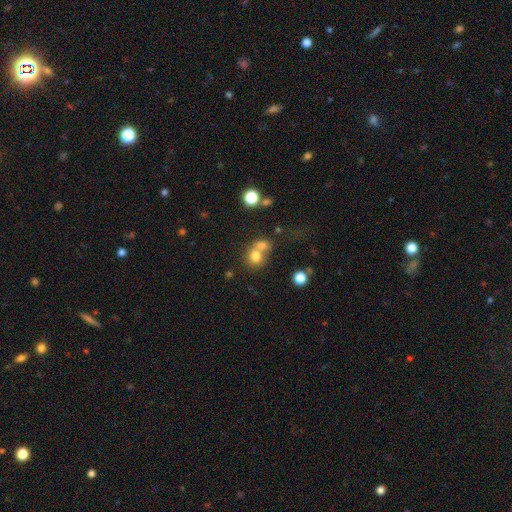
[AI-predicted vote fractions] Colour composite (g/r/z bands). It shows a smooth galaxy with no disk features (73%) that is round (73%). Merging: merger (58%).